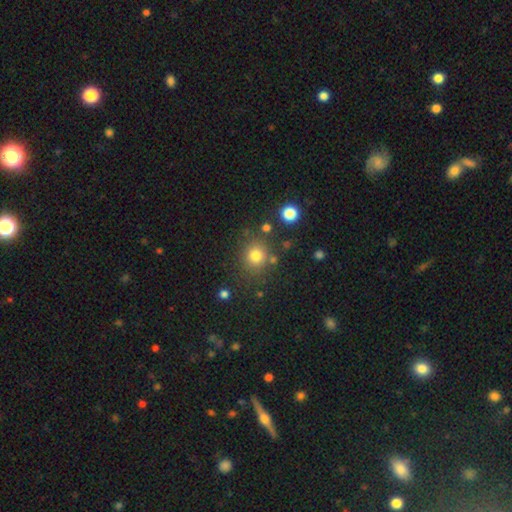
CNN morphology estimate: type=smooth (79%); roundness=round (86%); merging=none (80%).